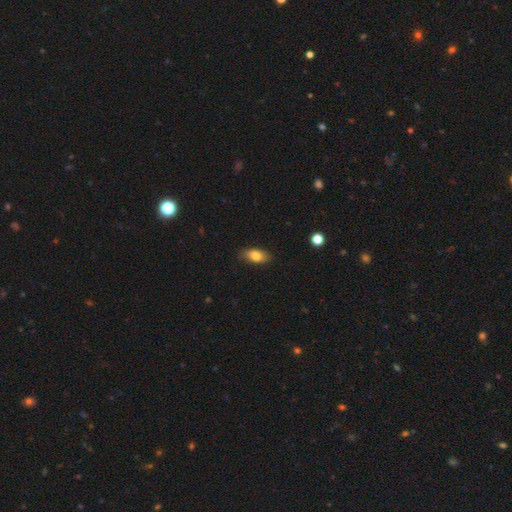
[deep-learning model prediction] A smooth galaxy with no disk features (81%) that is in between round and cigar-shaped (88%). Merging: none (84%).